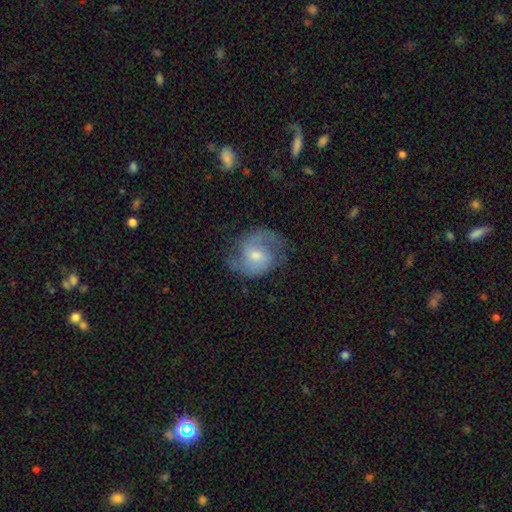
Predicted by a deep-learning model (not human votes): This appears to be a featured or disk galaxy (80%) with no bar (47%), 2 (86%) medium (53%) spiral arms (95%) and a moderate central bulge (51%). Merging: none (71%).